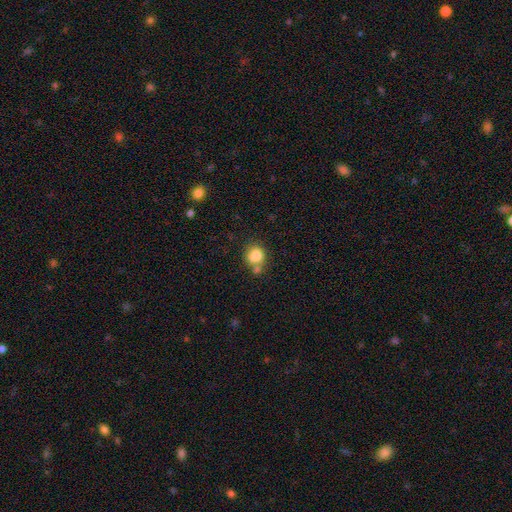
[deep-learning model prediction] Smooth or featured? Predicted: smooth (p=0.82). How rounded? Predicted: round (p=0.71). Merging? Predicted: none (p=0.49).